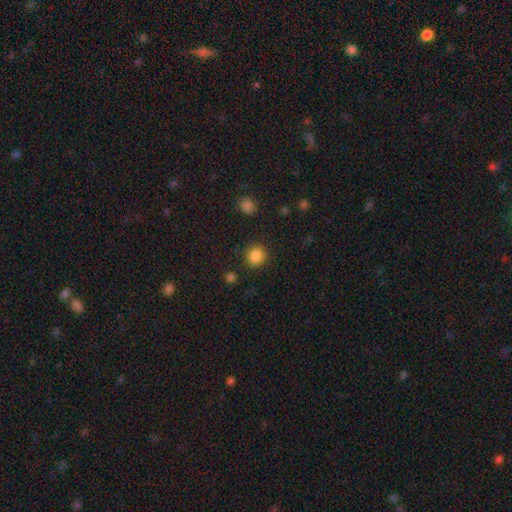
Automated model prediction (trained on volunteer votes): This is clearly a smooth galaxy (86%). How rounded: clearly round (84%). Merging: clearly none (89%).